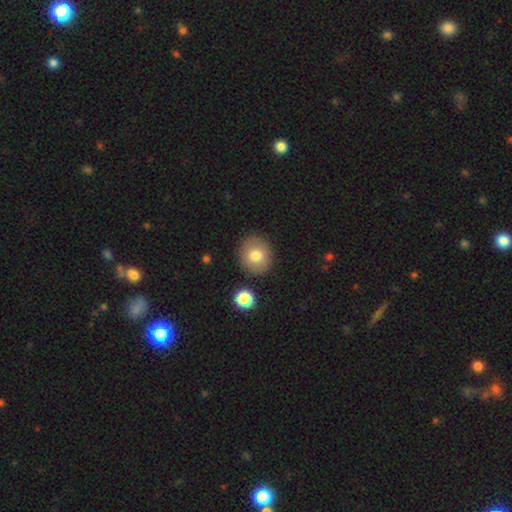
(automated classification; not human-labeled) Morphology: type=smooth (78%); roundness=round (80%); merging=none (87%).